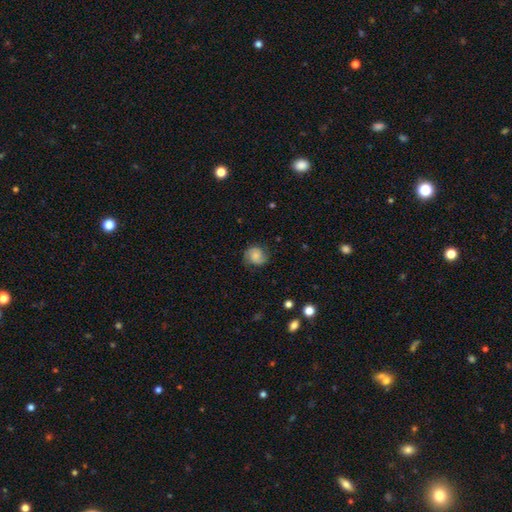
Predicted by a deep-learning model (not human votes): Morphology: type=featured or disk (46%); merging=none (74%).